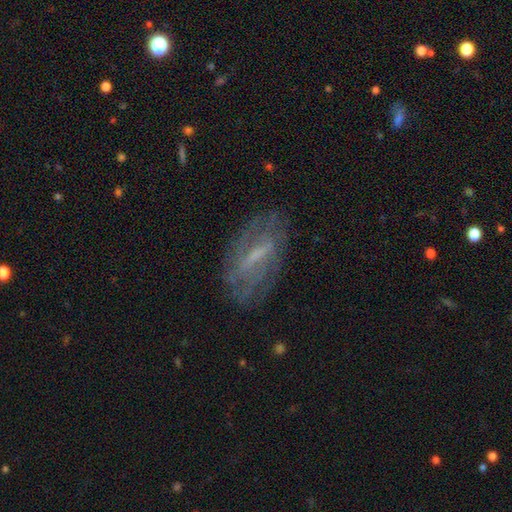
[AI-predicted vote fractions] Smooth or featured? featured or disk (67%)
Edge-on disk? no (86%)
Bar? strong (43%)
Spiral arms? yes (66%)
Bulge size? small (43%)
Merging? none (72%)